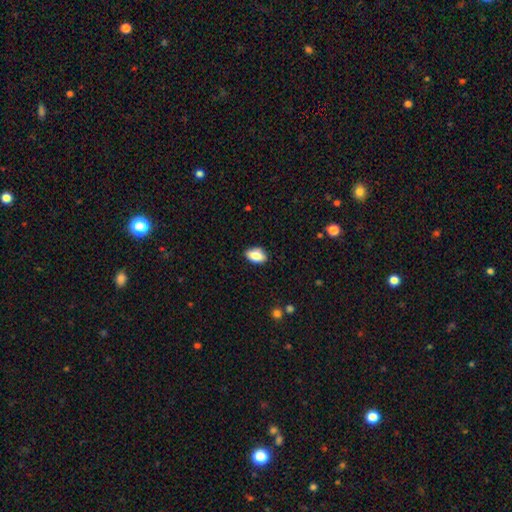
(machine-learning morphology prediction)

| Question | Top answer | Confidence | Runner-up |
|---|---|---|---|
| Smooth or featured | smooth | 83% | featured or disk (9%) |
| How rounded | in between | 90% | round (7%) |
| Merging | none | 84% | minor disturbance (13%) |